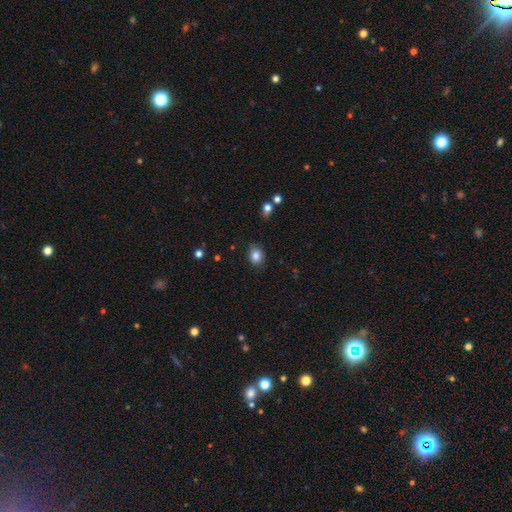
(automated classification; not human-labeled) A smooth galaxy with no disk features (84%) that is in between round and cigar-shaped (50%). Merging: none (82%).